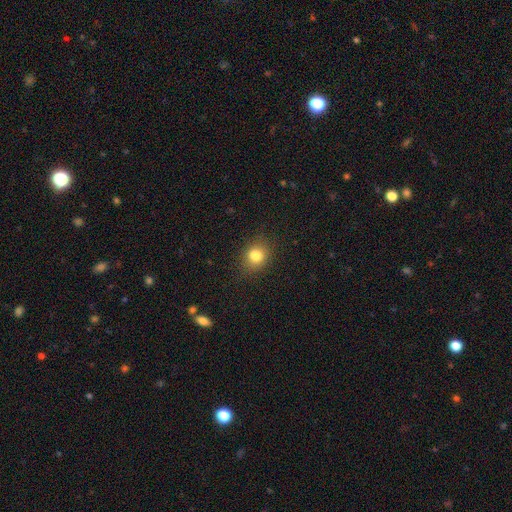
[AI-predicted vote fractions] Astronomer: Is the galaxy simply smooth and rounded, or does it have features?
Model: smooth — 81%.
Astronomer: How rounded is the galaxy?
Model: round — 59% (runner-up: in between, 39%).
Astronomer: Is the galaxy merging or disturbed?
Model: none — 82%.